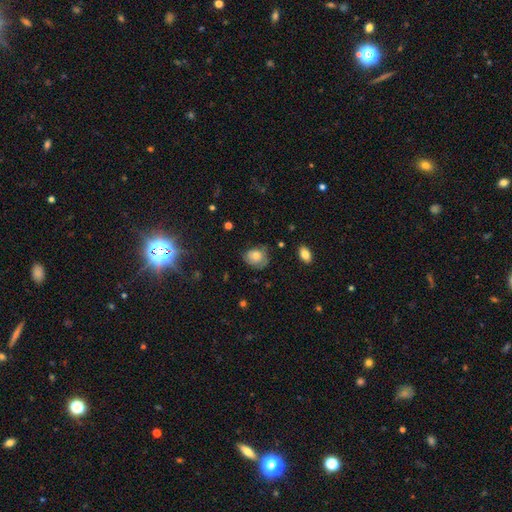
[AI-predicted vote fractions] Morphology: type=smooth (68%); roundness=round (59%); merging=none (57%).